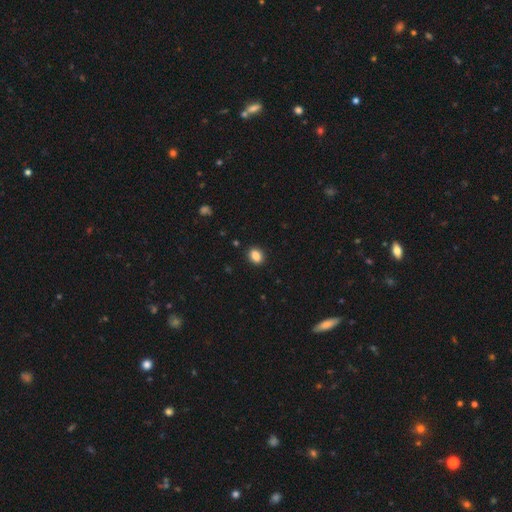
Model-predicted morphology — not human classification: Overall: smooth (87%). How rounded: in between (60%; round 39%). Merging: none (90%).